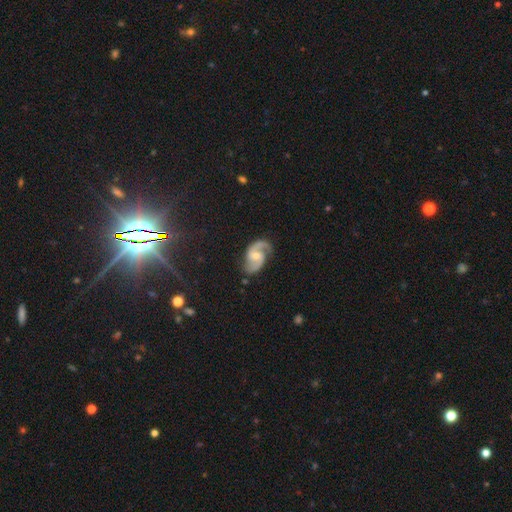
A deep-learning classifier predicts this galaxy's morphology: The model was most divided on "bar": no: 46%, weak: 44%, strong: 11%. More confident: edge-on disk — no (98%); spiral arms — yes (98%); spiral arm count — 2 (92%); smooth or featured — featured or disk (90%); merging — none (76%); bulge size — moderate (58%); spiral winding — medium (56%).